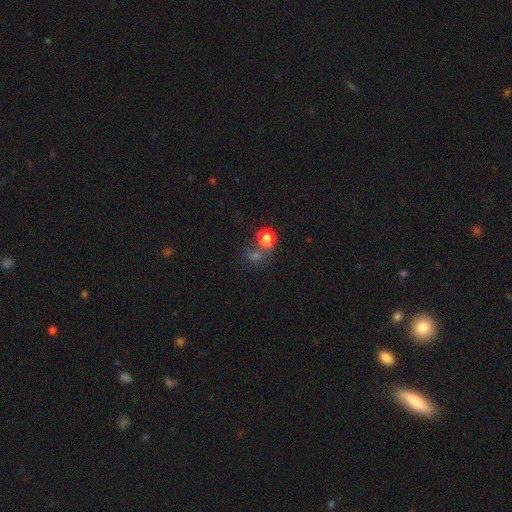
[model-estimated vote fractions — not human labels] Overall: smooth (52%; star or artifact 36%). How rounded: round (76%). Merging: none (52%; merger 29%).